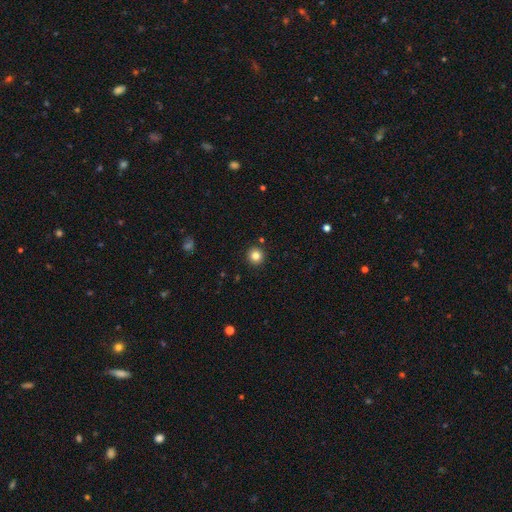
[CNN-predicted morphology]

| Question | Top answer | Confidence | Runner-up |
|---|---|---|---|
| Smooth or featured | smooth | 83% | star or artifact (12%) |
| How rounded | round | 95% | in between (4%) |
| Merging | none | 92% | minor disturbance (5%) |